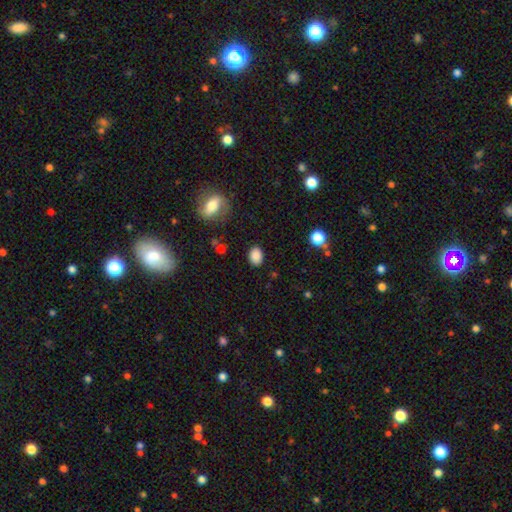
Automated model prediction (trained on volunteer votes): Q: Smooth or featured?
A: smooth (87%); runner-up: star or artifact (9%)
Q: How rounded?
A: in between (75%); runner-up: round (24%)
Q: Merging?
A: none (85%); runner-up: minor disturbance (10%)